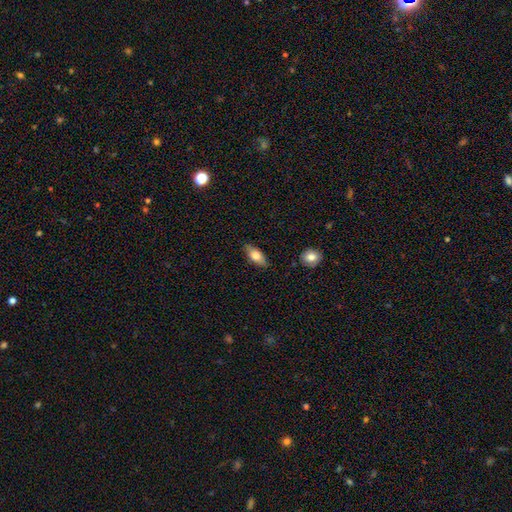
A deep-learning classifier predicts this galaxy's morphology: The model was most divided on "smooth or featured": smooth: 72%, featured or disk: 21%, star or artifact: 7%. More confident: how rounded — in between (82%); merging — none (82%).